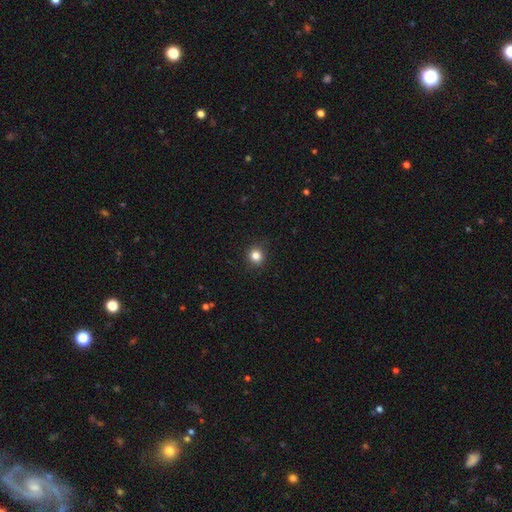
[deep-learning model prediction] smooth-or-featured: smooth: 84% | star or artifact: 12% | featured or disk: 4%
  how-rounded: round: 88% | in between: 11% | cigar-shaped: 1%
  merging: none: 89% | minor disturbance: 8% | major disturbance: 2% | merger: 1%